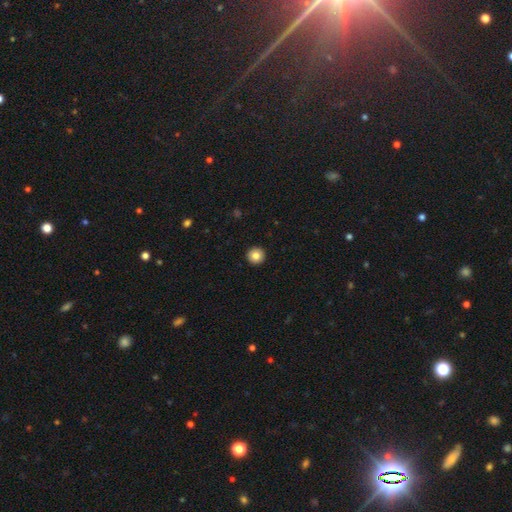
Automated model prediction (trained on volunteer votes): smooth 84%, star or artifact 9%, featured or disk 7%. Down the decision tree: how rounded — round (96%); merging — none (94%).